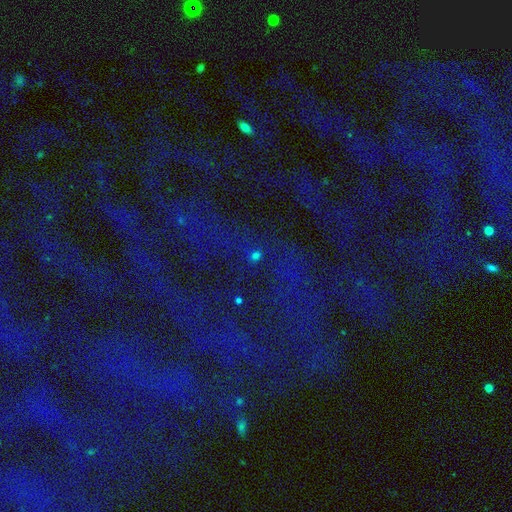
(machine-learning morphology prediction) smooth-or-featured: smooth: 49% | star or artifact: 41% | featured or disk: 10%
  merging: none: 65% | minor disturbance: 14% | major disturbance: 12% | merger: 9%